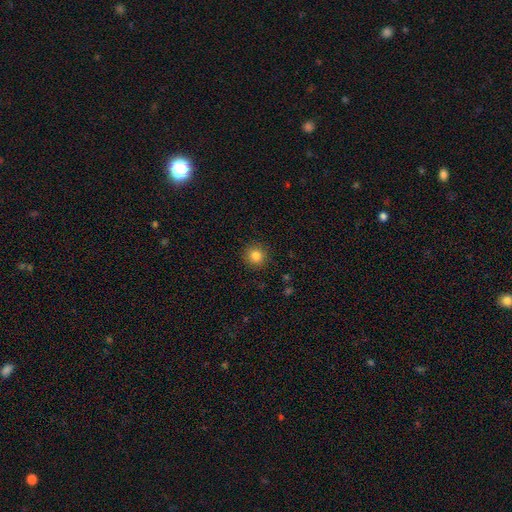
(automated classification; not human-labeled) A smooth galaxy with no disk features (84%) that is round (93%). Merging: none (91%).